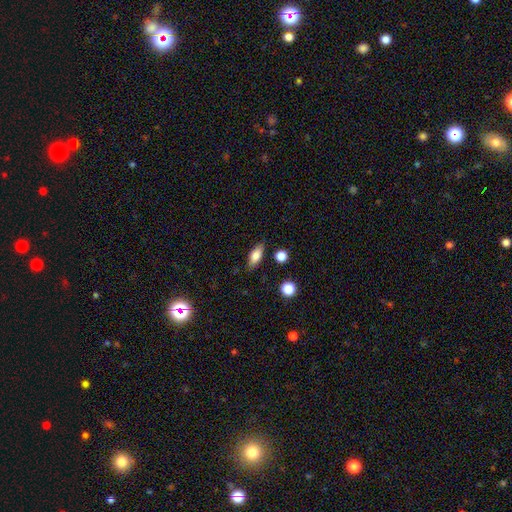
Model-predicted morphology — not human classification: Smooth or featured?
  - smooth: 77% *
  - featured or disk: 15%
  - star or artifact: 8%
How rounded?
  - in between: 79% *
  - cigar-shaped: 16%
  - round: 5%
Merging?
  - none: 82% *
  - minor disturbance: 12%
  - major disturbance: 3%
  - merger: 3%